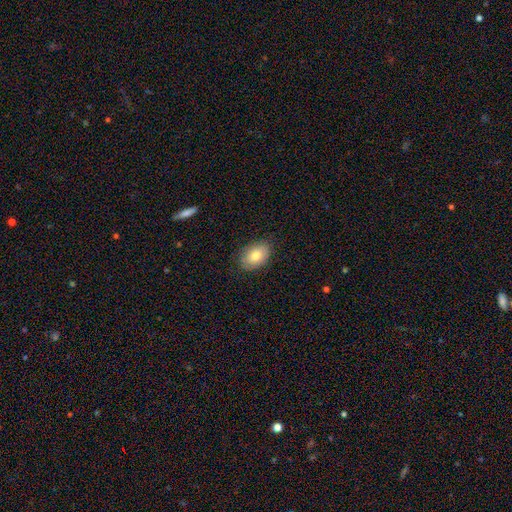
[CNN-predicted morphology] This appears to be a smooth galaxy with no disk features (78%) that is in between round and cigar-shaped (88%). Merging: none (84%).